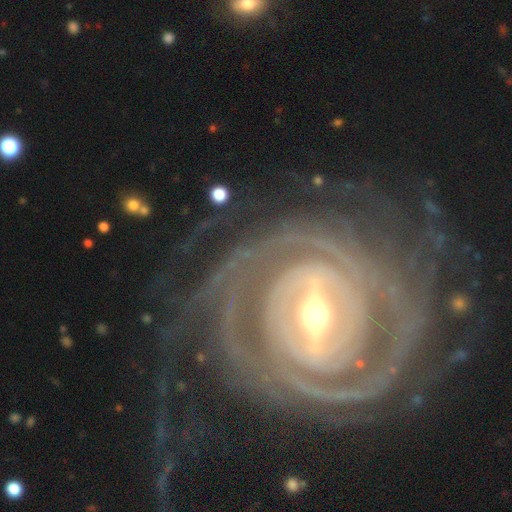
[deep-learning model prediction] Morphology: type=featured or disk (91%); edge-on=no (95%); bar=strong (70%); spiral arms=yes (95%); winding=tight (79%); arm count=can't tell (26%); bulge=moderate (55%); merging=none (69%).